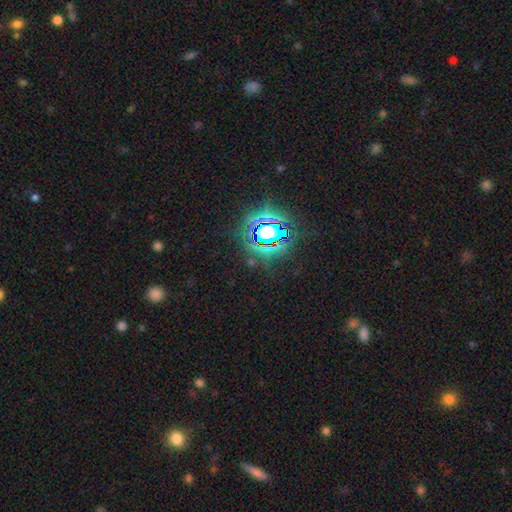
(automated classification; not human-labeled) Smooth or featured: star or artifact — 81% (smooth — 12%)